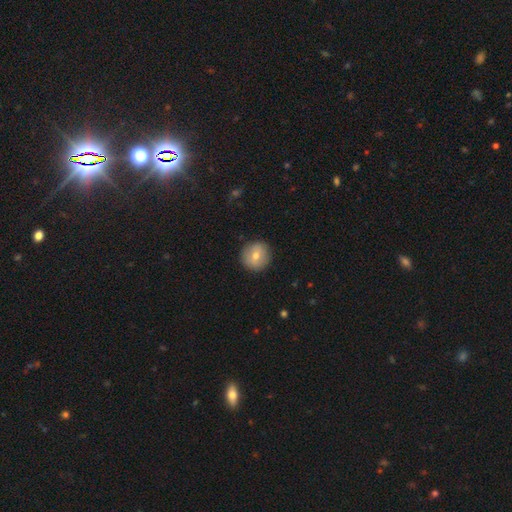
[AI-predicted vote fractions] Smooth or featured? Predicted: smooth (p=0.69). How rounded? Predicted: round (p=0.94). Merging? Predicted: none (p=0.90).